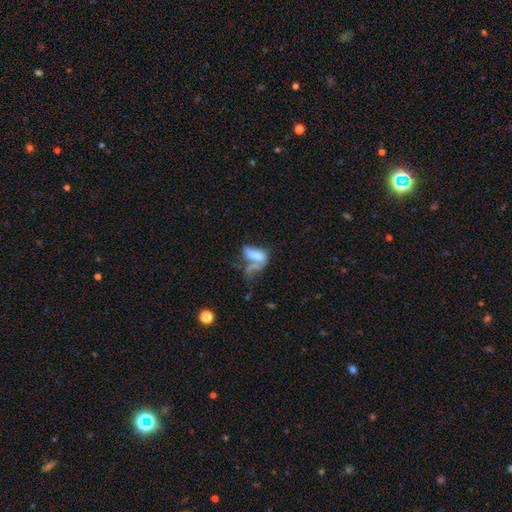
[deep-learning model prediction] The model was most divided on "merging": merger: 36%, major disturbance: 32%, none: 18%, minor disturbance: 13%. More confident: how rounded — in between (69%); smooth or featured — smooth (55%).